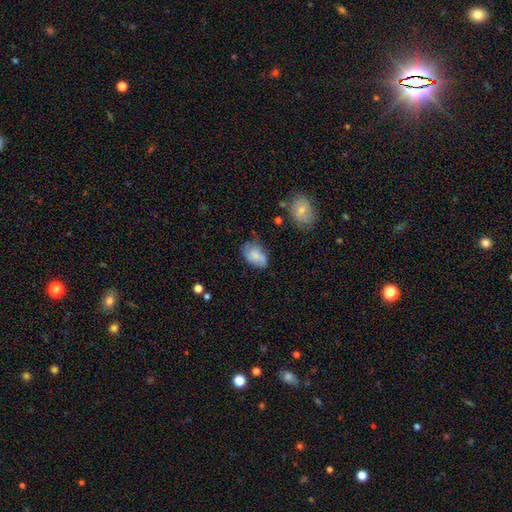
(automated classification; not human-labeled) A smooth galaxy with no disk features (66%) that is in between round and cigar-shaped (87%). Merging: none (50%).